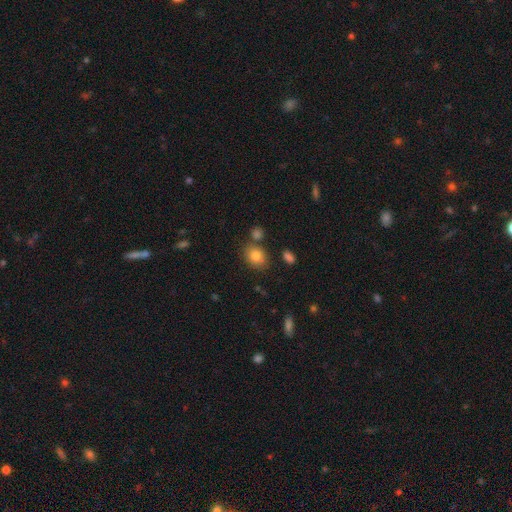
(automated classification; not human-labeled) Smooth or featured? smooth (81%)
How rounded? round (50%)
Merging? none (75%)